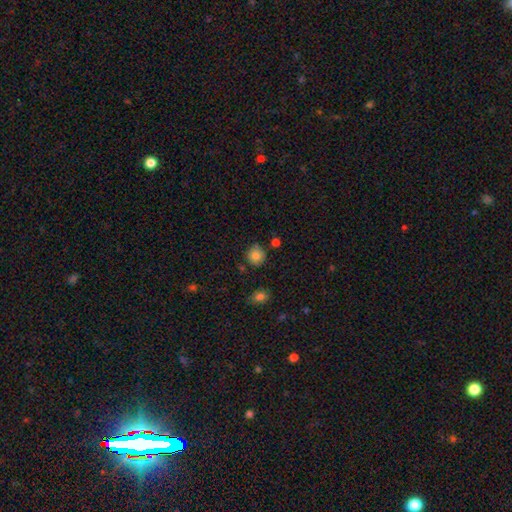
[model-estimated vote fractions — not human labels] Smooth or featured? Predicted: smooth (p=0.82). How rounded? Predicted: round (p=0.91). Merging? Predicted: none (p=0.81).